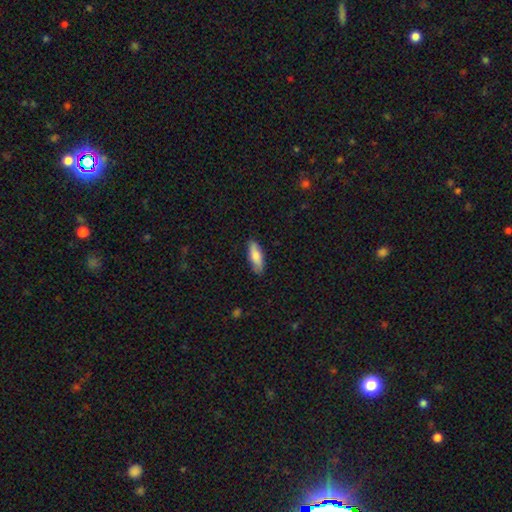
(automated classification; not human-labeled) smooth-or-featured: smooth: 80% | featured or disk: 15% | star or artifact: 6%
  how-rounded: in between: 54% | cigar-shaped: 44% | round: 2%
  merging: none: 85% | minor disturbance: 12% | major disturbance: 2% | merger: 1%